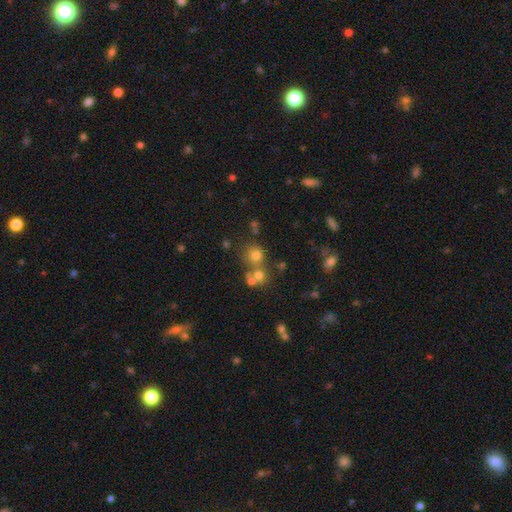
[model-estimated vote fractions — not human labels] Smooth or featured? Predicted: smooth (p=0.66). How rounded? Predicted: round (p=0.86). Merging? Predicted: none (p=0.55).